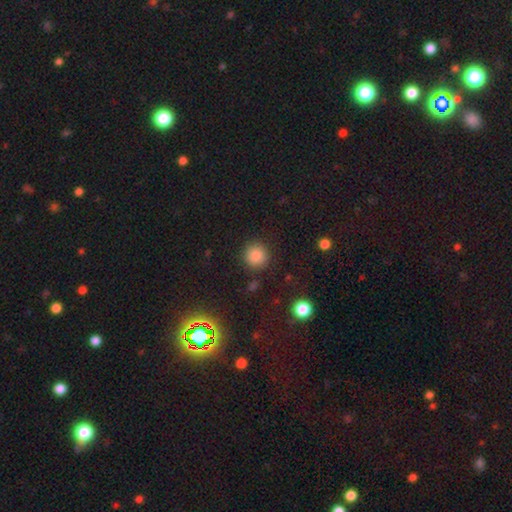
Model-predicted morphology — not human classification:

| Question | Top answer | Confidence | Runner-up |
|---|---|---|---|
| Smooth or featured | smooth | 83% | star or artifact (12%) |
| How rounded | round | 93% | in between (6%) |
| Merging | none | 89% | minor disturbance (7%) |